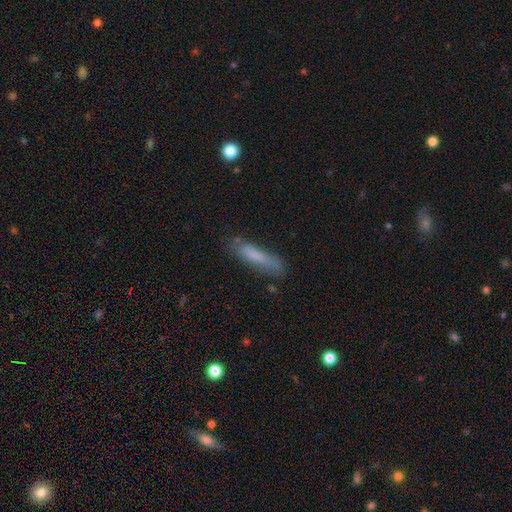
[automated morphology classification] This appears to be a smooth galaxy with no disk features (71%) that is cigar-shaped (81%). Merging: none (67%).